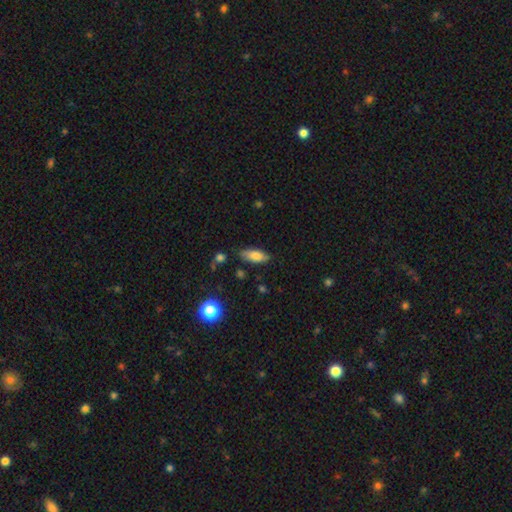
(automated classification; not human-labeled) Smooth or featured?
  - smooth: 77% *
  - featured or disk: 15%
  - star or artifact: 8%
How rounded?
  - in between: 76% *
  - cigar-shaped: 21%
  - round: 3%
Merging?
  - none: 79% *
  - minor disturbance: 15%
  - major disturbance: 3%
  - merger: 2%